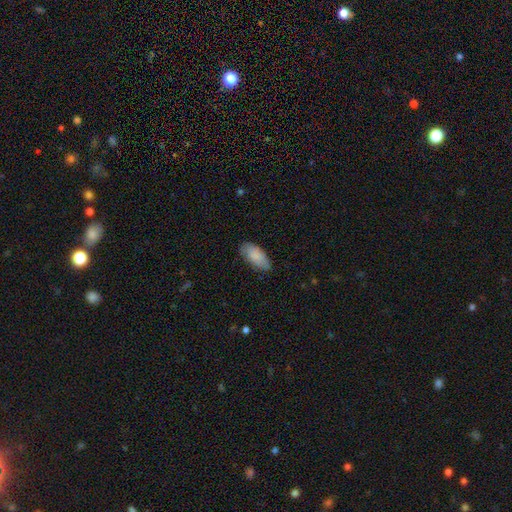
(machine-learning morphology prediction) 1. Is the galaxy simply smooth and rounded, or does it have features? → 85% smooth, 9% featured or disk, 6% star or artifact.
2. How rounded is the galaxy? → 91% in between, 7% cigar-shaped, 2% round.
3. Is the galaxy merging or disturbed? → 77% none, 19% minor disturbance, 3% major disturbance, 1% merger.